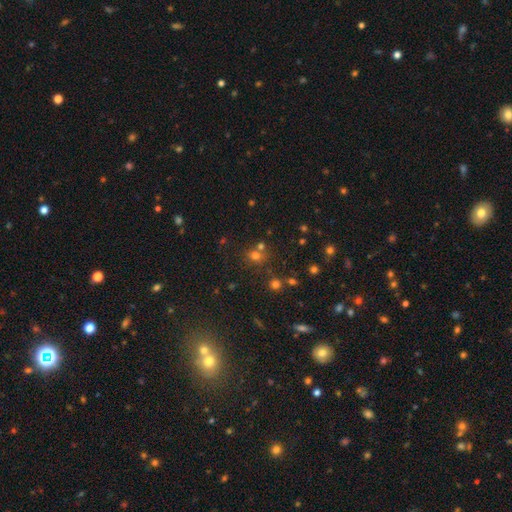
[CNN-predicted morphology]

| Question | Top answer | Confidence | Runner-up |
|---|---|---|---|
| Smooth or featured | smooth | 65% | star or artifact (26%) |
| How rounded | round | 77% | in between (22%) |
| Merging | none | 62% | merger (24%) |